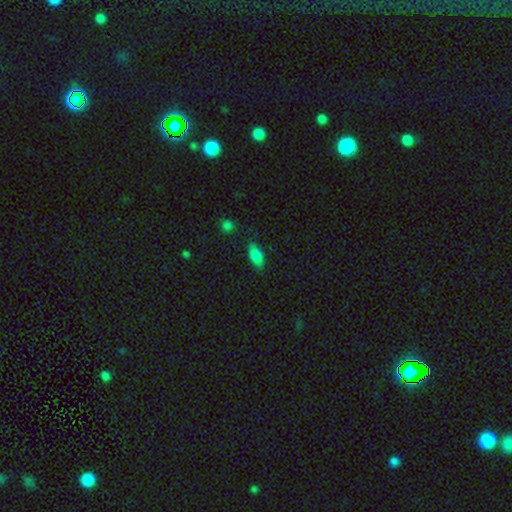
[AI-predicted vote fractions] smooth-or-featured: smooth: 82% | featured or disk: 9% | star or artifact: 9%
  how-rounded: in between: 87% | cigar-shaped: 9% | round: 4%
  merging: none: 78% | minor disturbance: 16% | major disturbance: 4% | merger: 2%